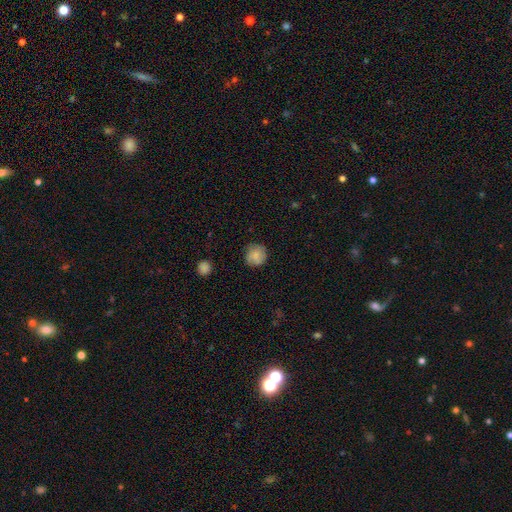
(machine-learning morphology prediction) Smooth or featured? Predicted: smooth (p=0.79). How rounded? Predicted: round (p=0.89). Merging? Predicted: none (p=0.78).